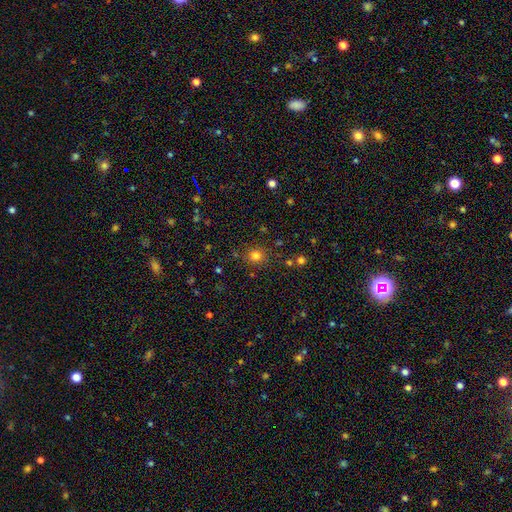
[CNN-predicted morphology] Q: Smooth or featured?
A: smooth (79%); runner-up: star or artifact (16%)
Q: How rounded?
A: round (85%); runner-up: in between (14%)
Q: Merging?
A: none (84%); runner-up: minor disturbance (9%)